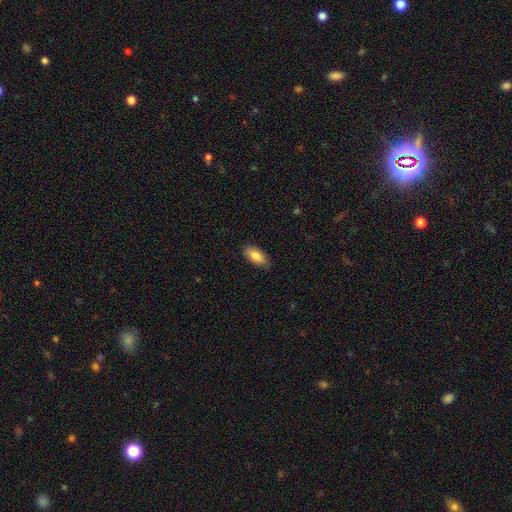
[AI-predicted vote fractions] Morphology: type=smooth (85%); roundness=in between (91%); merging=none (83%).